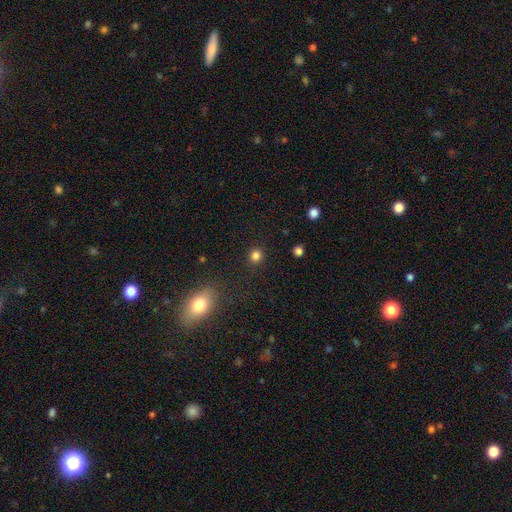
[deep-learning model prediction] Smooth or featured?
  - smooth: 82% *
  - star or artifact: 14%
  - featured or disk: 4%
How rounded?
  - round: 90% *
  - in between: 9%
  - cigar-shaped: 1%
Merging?
  - none: 90% *
  - minor disturbance: 6%
  - major disturbance: 2%
  - merger: 2%